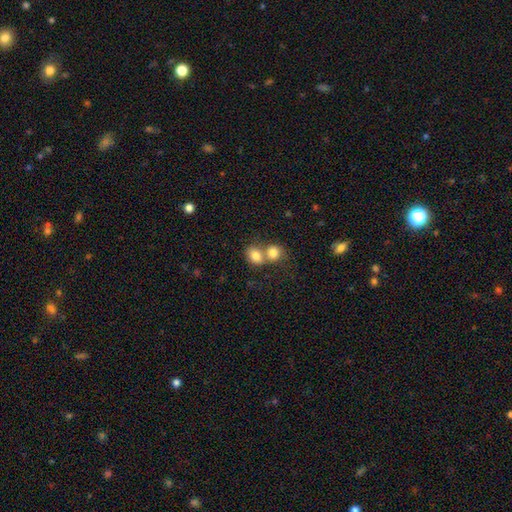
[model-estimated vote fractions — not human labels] A smooth galaxy with no disk features (81%) that is round (50%). Merging: merger (61%).